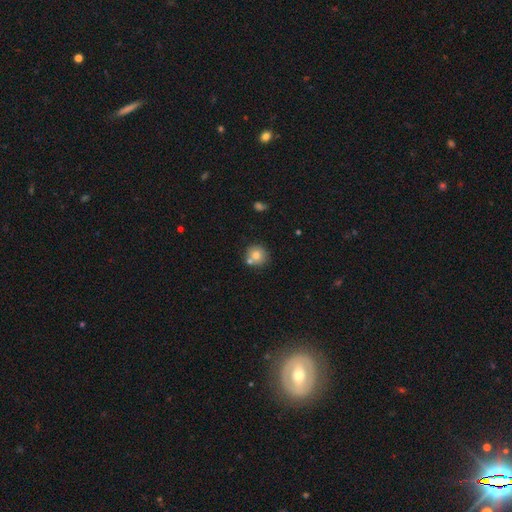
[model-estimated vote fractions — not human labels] smooth-or-featured: smooth: 77% | featured or disk: 13% | star or artifact: 10%
  how-rounded: round: 91% | in between: 8% | cigar-shaped: 1%
  merging: none: 68% | merger: 20% | minor disturbance: 10% | major disturbance: 3%